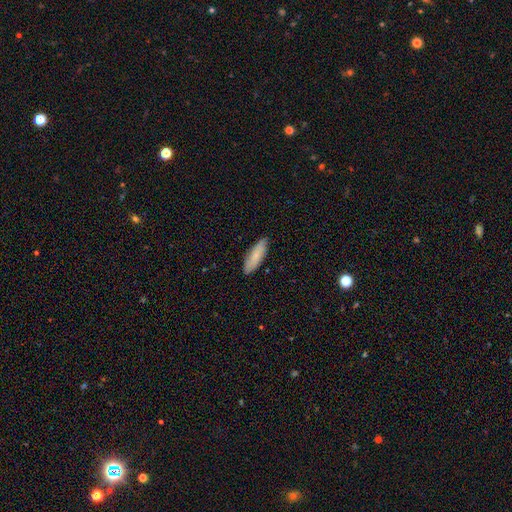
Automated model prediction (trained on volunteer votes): Smooth or featured?
  - smooth: 75% *
  - featured or disk: 19%
  - star or artifact: 6%
How rounded?
  - in between: 50% *
  - cigar-shaped: 48%
  - round: 2%
Merging?
  - none: 85% *
  - minor disturbance: 12%
  - major disturbance: 2%
  - merger: 1%